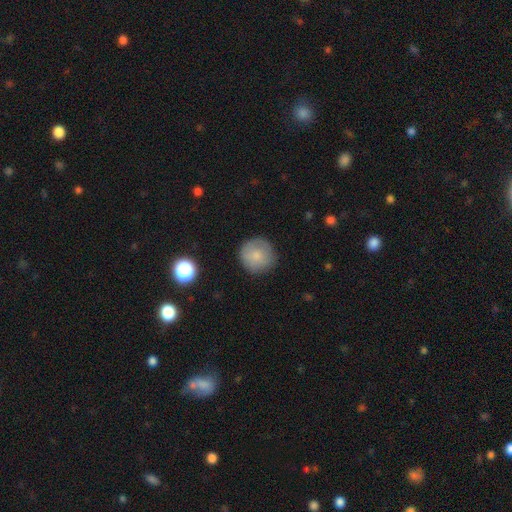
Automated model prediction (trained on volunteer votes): Smooth or featured? smooth (78%)
How rounded? round (95%)
Merging? none (83%)